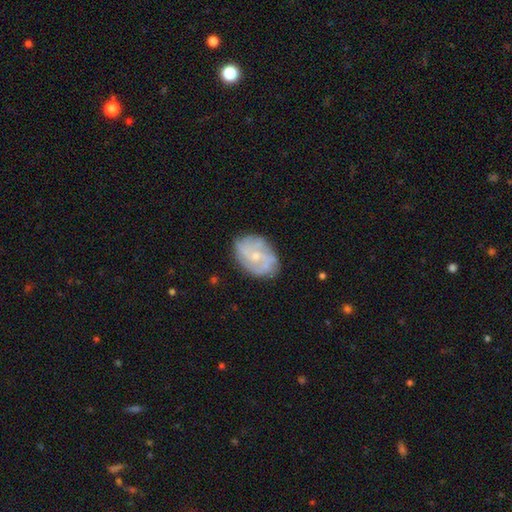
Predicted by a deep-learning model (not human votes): A featured or disk galaxy (71%) with no bar (69%), tight (42%) spiral arms (85%) and a small central bulge (68%). Merging: none (76%).